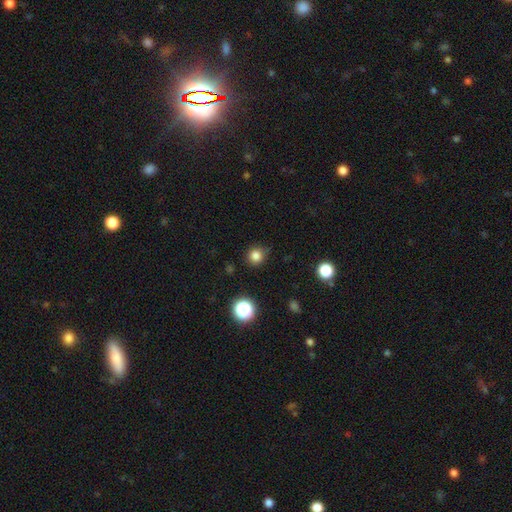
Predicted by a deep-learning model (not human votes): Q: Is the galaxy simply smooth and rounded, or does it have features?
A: smooth — 81%.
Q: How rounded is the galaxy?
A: round — 92%.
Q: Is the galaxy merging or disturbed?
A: none — 86%.